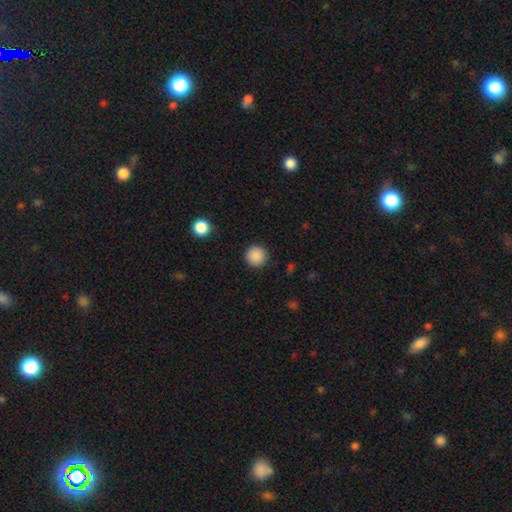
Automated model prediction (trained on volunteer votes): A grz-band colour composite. It shows a smooth galaxy with no disk features (88%) that is round (96%). Merging: none (91%).